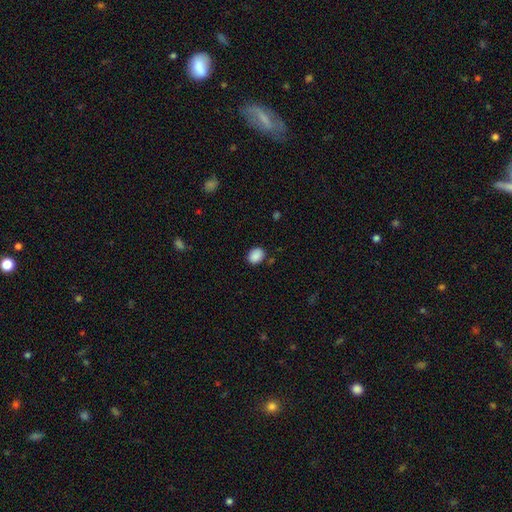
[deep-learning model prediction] Overall: smooth (89%). How rounded: in between (54%; round 45%). Merging: none (82%).